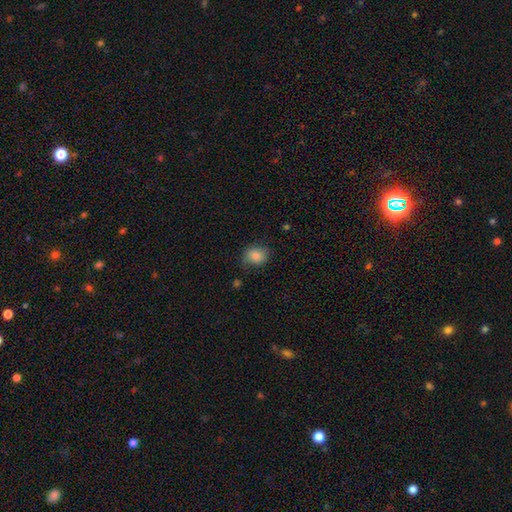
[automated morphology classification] smooth_or_featured: smooth (p=0.83) [alt: star or artifact p=0.09]
how_rounded: round (p=0.58) [alt: in between p=0.41]
merging: none (p=0.74) [alt: minor disturbance p=0.20]